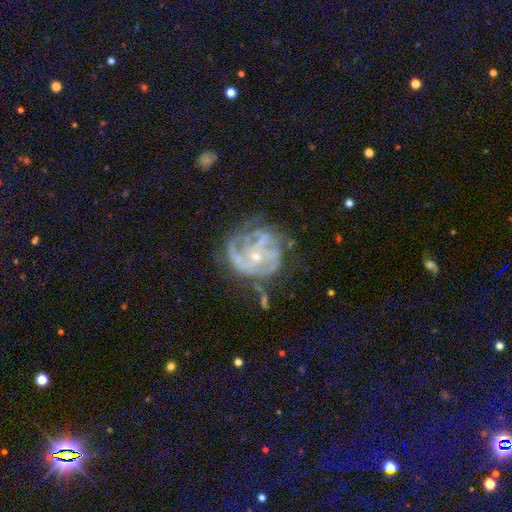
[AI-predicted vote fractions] Smooth or featured?
  - featured or disk: 82% *
  - smooth: 10%
  - star or artifact: 8%
Edge-on disk?
  - no: 98% *
  - yes: 2%
Bar?
  - no: 69% *
  - weak: 24%
  - strong: 7%
Spiral arms?
  - yes: 84% *
  - no: 16%
Spiral winding?
  - tight: 53% *
  - medium: 35%
  - loose: 12%
Spiral arm count?
  - can't tell: 36% *
  - 3: 24%
  - 2: 17%
  - 4: 12%
  - 1: 6%
  - more than 4: 6%
Bulge size?
  - small: 76% *
  - moderate: 20%
  - none: 2%
  - large: 1%
  - dominant: 1%
Merging?
  - none: 48% *
  - minor disturbance: 24%
  - major disturbance: 24%
  - merger: 4%